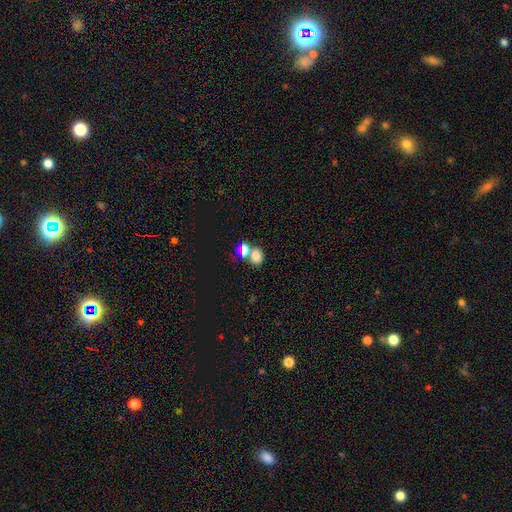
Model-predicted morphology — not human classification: A smooth galaxy with no disk features (75%) that is in between round and cigar-shaped (56%).

Vote fractions:
- Smooth or featured? smooth: 75% / star or artifact: 16% / featured or disk: 9%
- How rounded? in between: 56% / round: 42% / cigar-shaped: 1%
- Merging? none: 44% / merger: 43% / minor disturbance: 9% / major disturbance: 4%